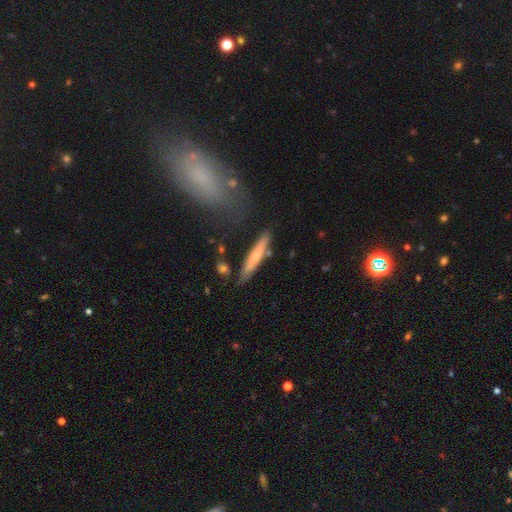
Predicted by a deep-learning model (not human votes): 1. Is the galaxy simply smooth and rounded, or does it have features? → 60% smooth, 35% featured or disk, 6% star or artifact.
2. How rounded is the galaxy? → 90% cigar-shaped, 9% in between, 2% round.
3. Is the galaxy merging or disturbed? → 78% none, 13% minor disturbance, 6% merger, 3% major disturbance.